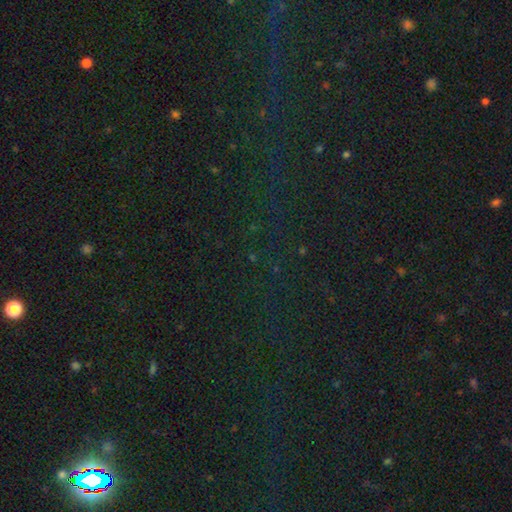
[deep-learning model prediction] star or artifact 82%, smooth 12%, featured or disk 7%.